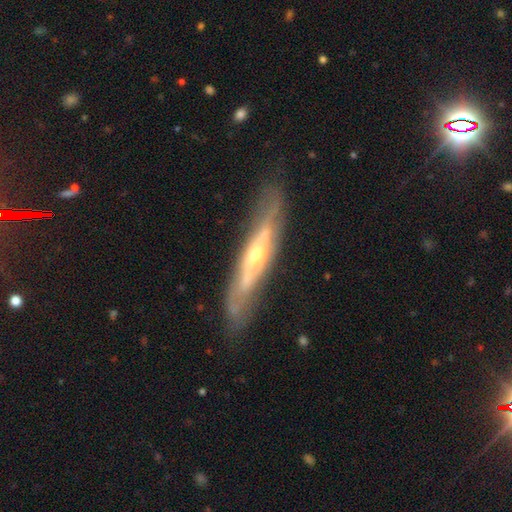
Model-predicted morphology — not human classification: type=featured or disk (74%); edge-on=yes (68%); edge-on bulge=rounded (76%); merging=none (79%).